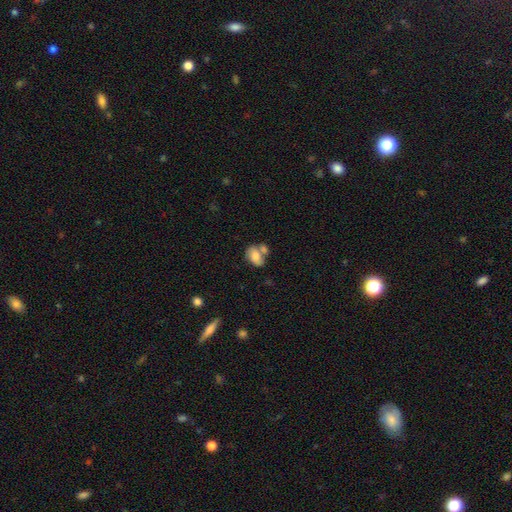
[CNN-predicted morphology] smooth-or-featured: smooth: 75% | featured or disk: 17% | star or artifact: 8%
  how-rounded: in between: 83% | round: 16% | cigar-shaped: 1%
  merging: merger: 45% | none: 32% | minor disturbance: 16% | major disturbance: 7%